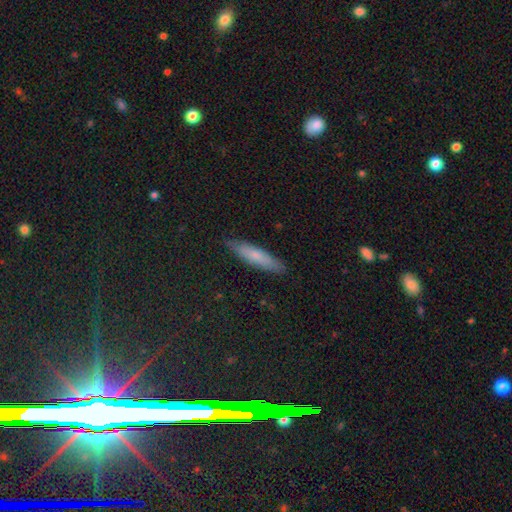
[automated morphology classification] Q: Smooth or featured?
A: smooth (67%); runner-up: featured or disk (24%)
Q: How rounded?
A: cigar-shaped (80%); runner-up: in between (18%)
Q: Merging?
A: none (85%); runner-up: minor disturbance (12%)